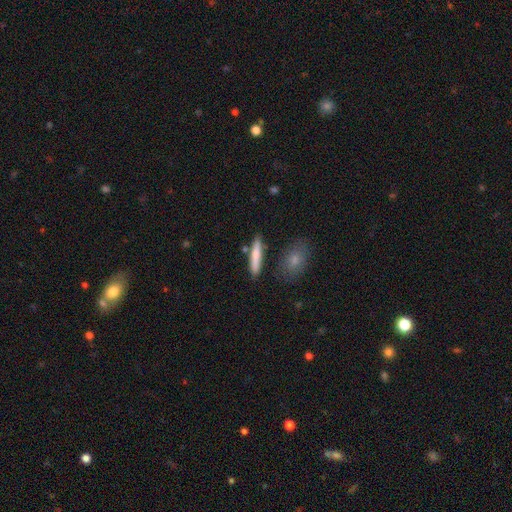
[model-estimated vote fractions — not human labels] smooth 73%, featured or disk 21%, star or artifact 6%. Down the decision tree: how rounded — cigar-shaped (86%); merging — none (80%).